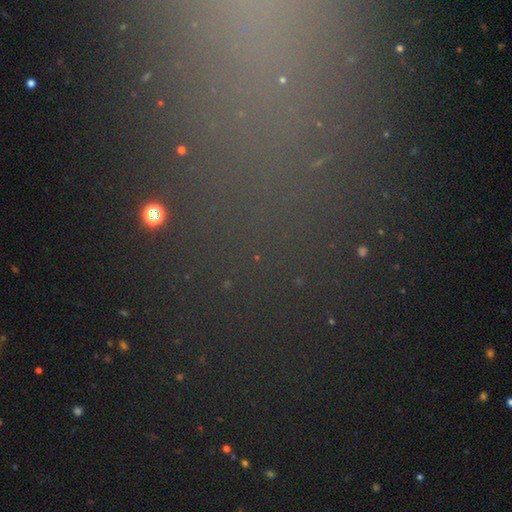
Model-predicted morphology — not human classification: star or artifact 71%, smooth 17%, featured or disk 12%.